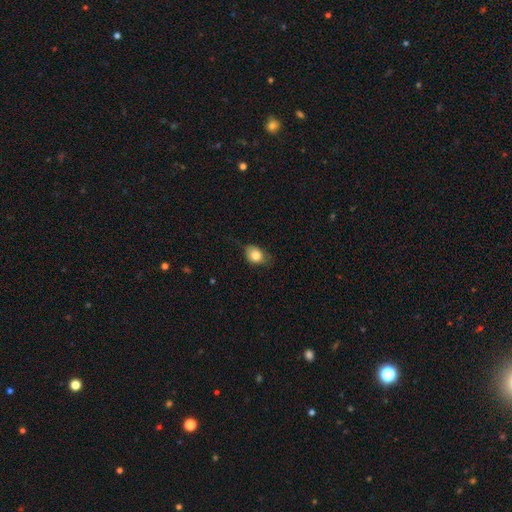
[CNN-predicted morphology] A smooth galaxy with no disk features (80%) that is in between round and cigar-shaped (60%). Merging: none (59%).